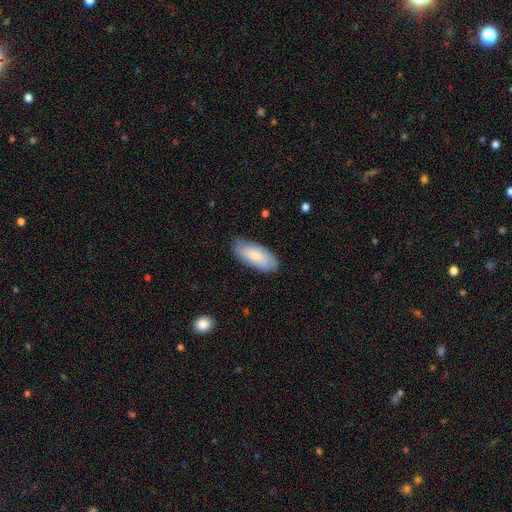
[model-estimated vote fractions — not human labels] Smooth or featured? smooth (76%)
How rounded? in between (89%)
Merging? none (80%)